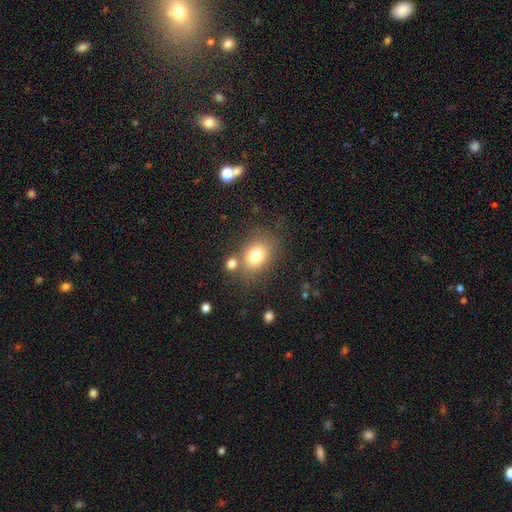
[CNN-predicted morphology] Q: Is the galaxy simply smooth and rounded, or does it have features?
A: smooth — 77%.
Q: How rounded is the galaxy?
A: in between — 62%.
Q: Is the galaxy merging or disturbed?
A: none — 64%.